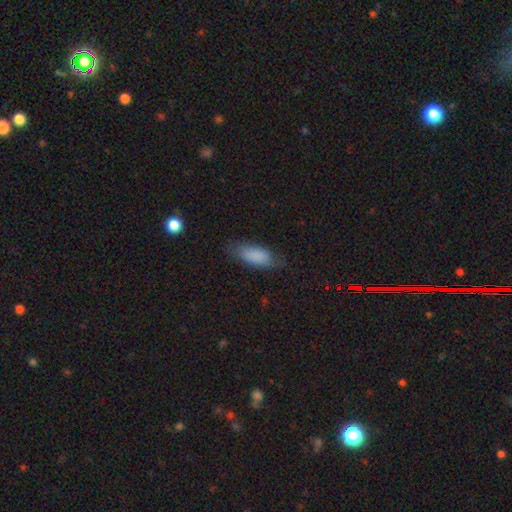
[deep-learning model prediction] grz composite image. It shows a smooth galaxy with no disk features (85%) that is in between round and cigar-shaped (78%). Merging: none (73%).